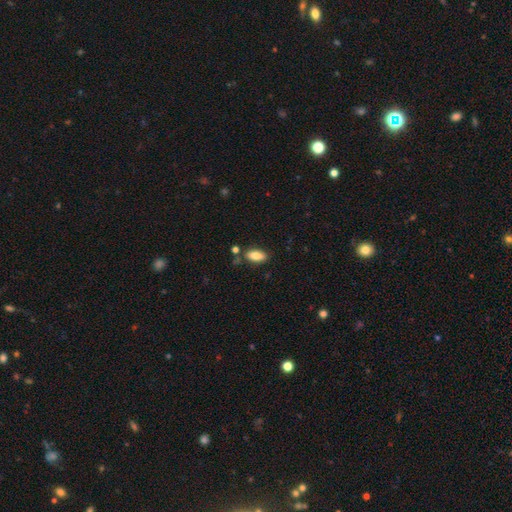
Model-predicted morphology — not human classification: smooth 84%, featured or disk 8%, star or artifact 7%. Down the decision tree: how rounded — in between (86%); merging — none (79%).